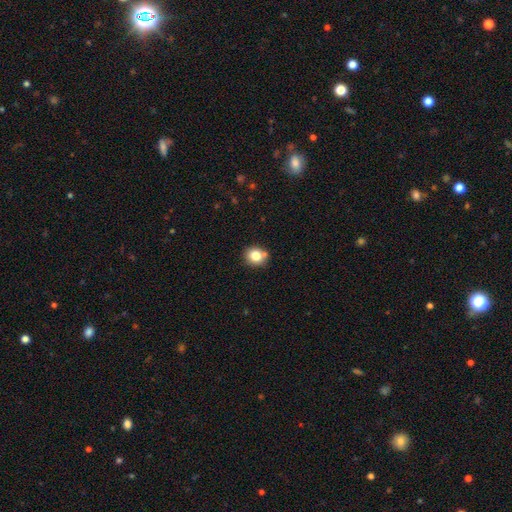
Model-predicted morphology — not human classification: The model was most divided on "how rounded": round: 78%, in between: 21%, cigar-shaped: 1%. More confident: smooth or featured — smooth (80%); merging — none (75%).